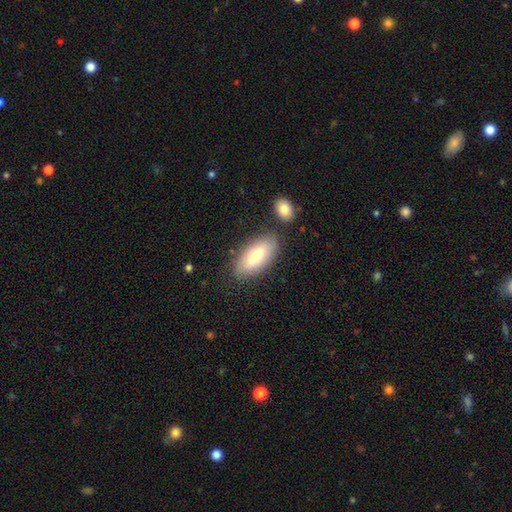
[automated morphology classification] Smooth or featured: smooth — 70% (featured or disk — 24%)
How rounded: in between — 85% (cigar-shaped — 13%)
Merging: none — 78% (minor disturbance — 13%)